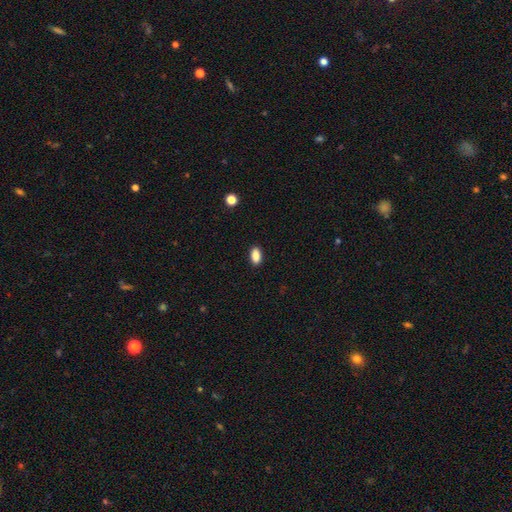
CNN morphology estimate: Smooth or featured: smooth — 88% (star or artifact — 8%)
How rounded: in between — 90% (round — 5%)
Merging: none — 90% (minor disturbance — 7%)